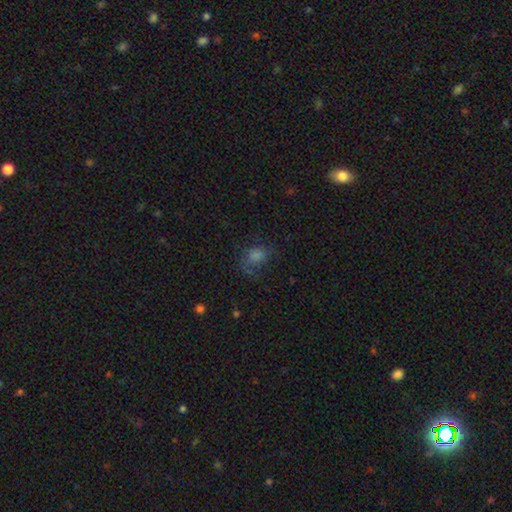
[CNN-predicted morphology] A smooth galaxy with no disk features (57%) that is in between round and cigar-shaped (51%).

Vote fractions:
- Smooth or featured? smooth: 57% / star or artifact: 23% / featured or disk: 20%
- How rounded? in between: 51% / round: 47% / cigar-shaped: 2%
- Merging? none: 47% / major disturbance: 29% / minor disturbance: 22% / merger: 3%